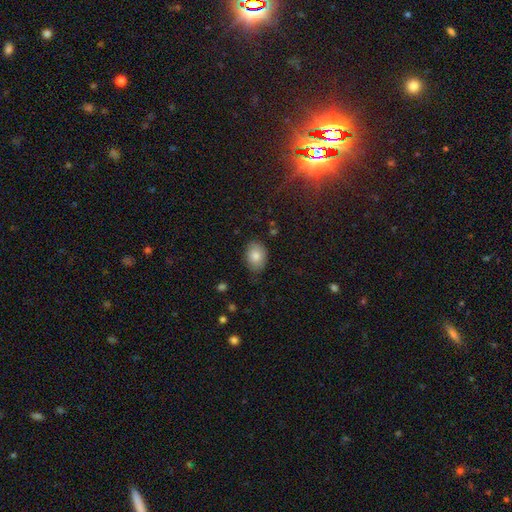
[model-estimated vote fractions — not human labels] smooth-or-featured: smooth: 81% | featured or disk: 11% | star or artifact: 8%
  how-rounded: in between: 76% | round: 23% | cigar-shaped: 1%
  merging: none: 74% | minor disturbance: 21% | major disturbance: 4% | merger: 1%